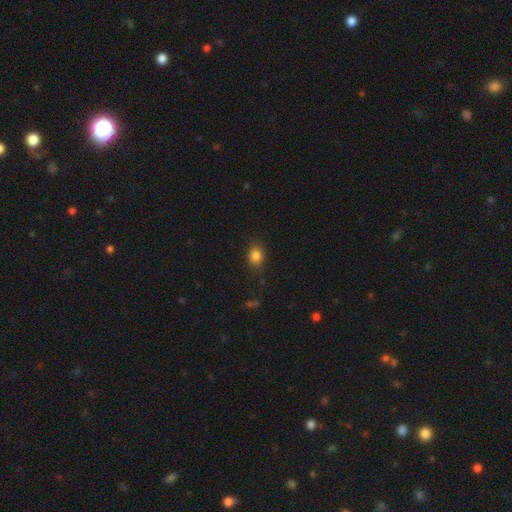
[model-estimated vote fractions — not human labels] Q: Smooth or featured?
A: smooth (83%); runner-up: star or artifact (11%)
Q: How rounded?
A: in between (55%); runner-up: round (44%)
Q: Merging?
A: none (83%); runner-up: minor disturbance (13%)